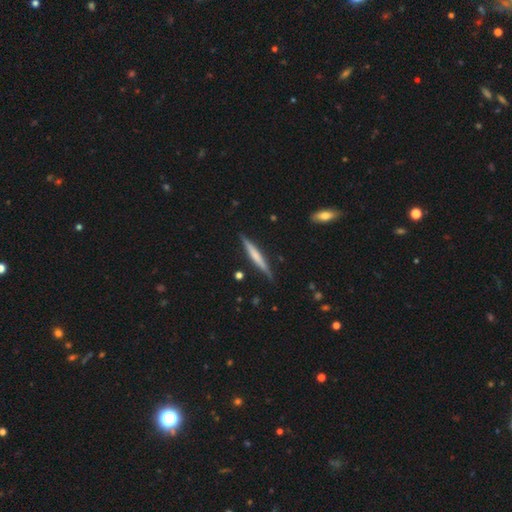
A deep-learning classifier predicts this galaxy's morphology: A smooth galaxy with no disk features (48%). Merging: none (87%).